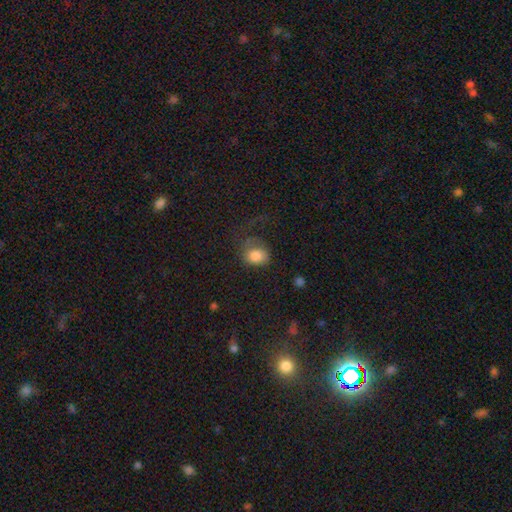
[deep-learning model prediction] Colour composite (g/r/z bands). It shows a smooth galaxy with no disk features (78%) that is round (50%). Merging: major disturbance (42%).